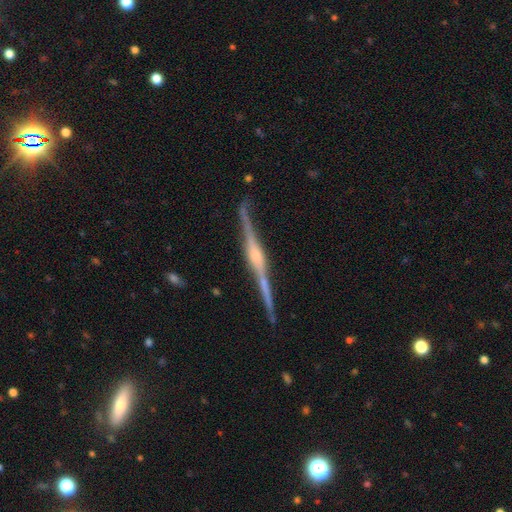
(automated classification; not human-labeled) featured or disk 89%, smooth 6%, star or artifact 5%. Down the decision tree: edge-on disk — yes (98%); edge-on bulge — rounded (79%); merging — none (85%).